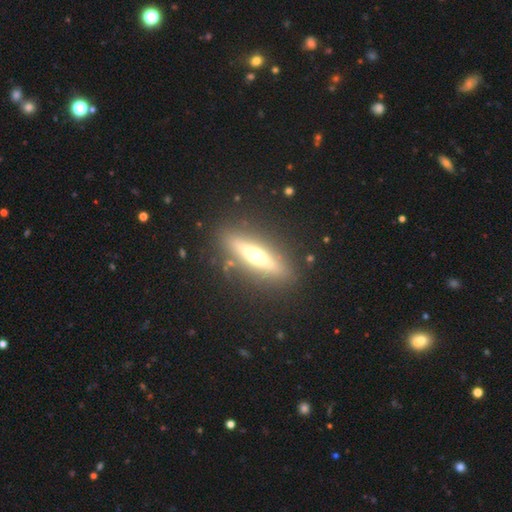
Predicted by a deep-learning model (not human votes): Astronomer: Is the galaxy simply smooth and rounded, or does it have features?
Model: featured or disk — 60%.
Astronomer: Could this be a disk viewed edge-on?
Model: yes — 90%.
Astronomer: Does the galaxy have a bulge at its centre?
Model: rounded — 93%.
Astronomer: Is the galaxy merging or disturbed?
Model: none — 87%.